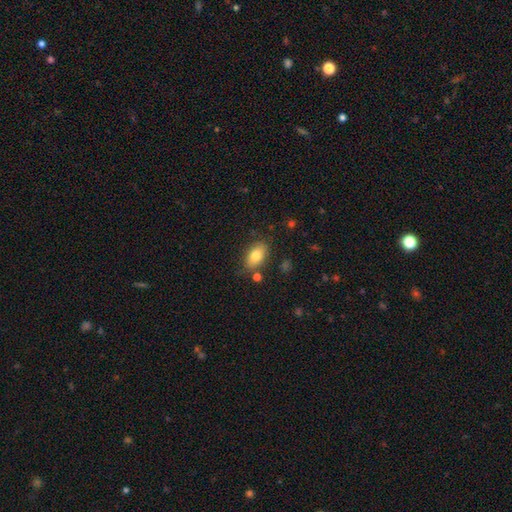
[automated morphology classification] smooth-or-featured: smooth: 80% | featured or disk: 13% | star or artifact: 8%
  how-rounded: in between: 90% | round: 7% | cigar-shaped: 3%
  merging: none: 78% | minor disturbance: 14% | merger: 5% | major disturbance: 3%